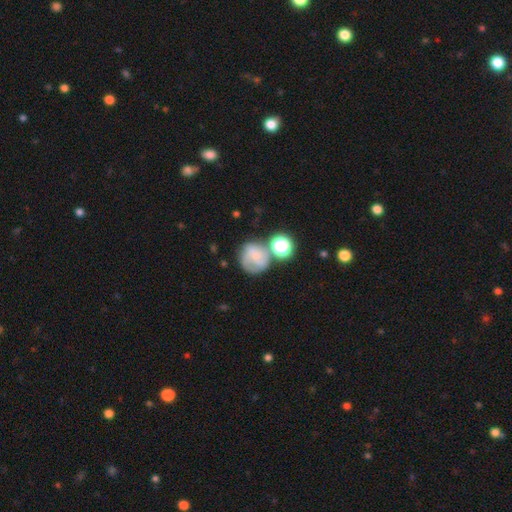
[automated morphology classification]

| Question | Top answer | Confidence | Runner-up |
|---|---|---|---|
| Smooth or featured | smooth | 51% | featured or disk (36%) |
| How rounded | round | 83% | in between (16%) |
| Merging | none | 47% | merger (21%) |